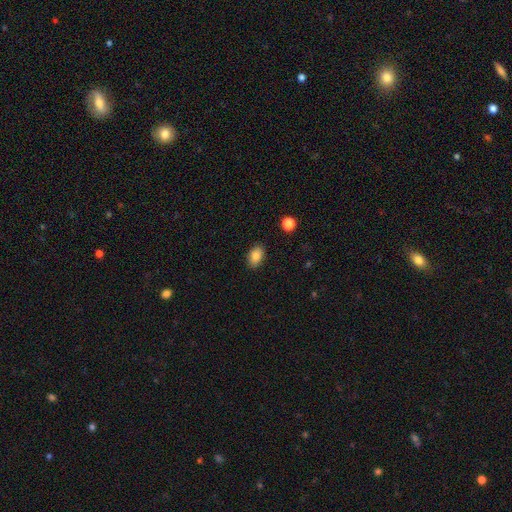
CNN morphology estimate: The model was most divided on "how rounded": in between: 86%, round: 12%, cigar-shaped: 2%. More confident: merging — none (87%); smooth or featured — smooth (85%).